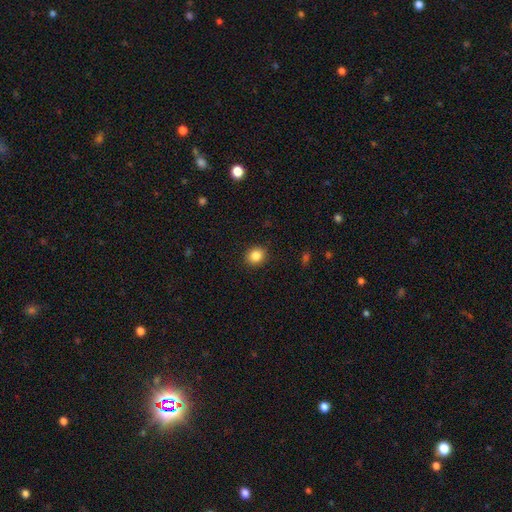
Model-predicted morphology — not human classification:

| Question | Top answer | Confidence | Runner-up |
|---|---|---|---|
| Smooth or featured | smooth | 85% | star or artifact (10%) |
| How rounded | round | 76% | in between (23%) |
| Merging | none | 91% | minor disturbance (6%) |